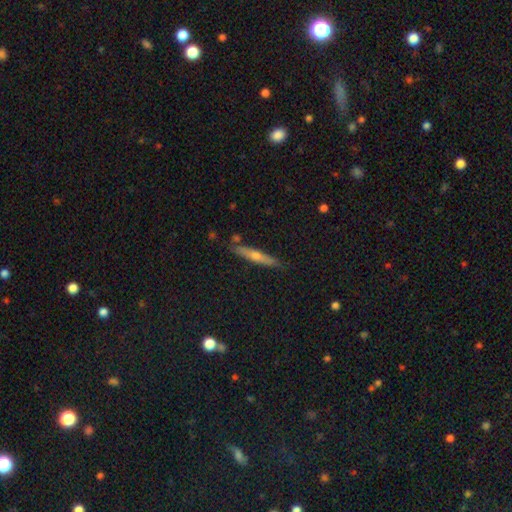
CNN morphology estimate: A featured or disk galaxy (53%) viewed edge-on (93%). Merging: none (84%).